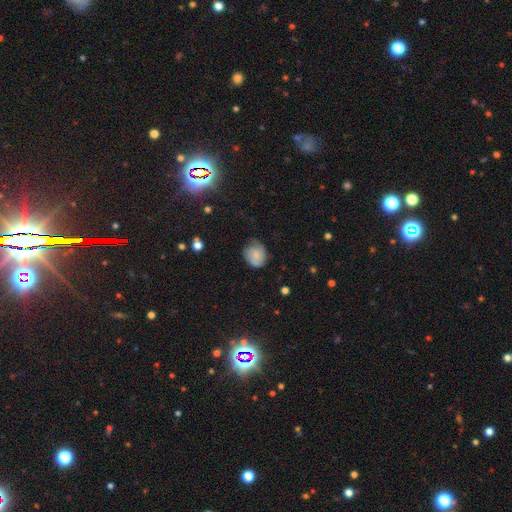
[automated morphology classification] The model was most divided on "merging": none: 51%, minor disturbance: 35%, major disturbance: 12%, merger: 1%. More confident: smooth or featured — smooth (66%); how rounded — round (64%).